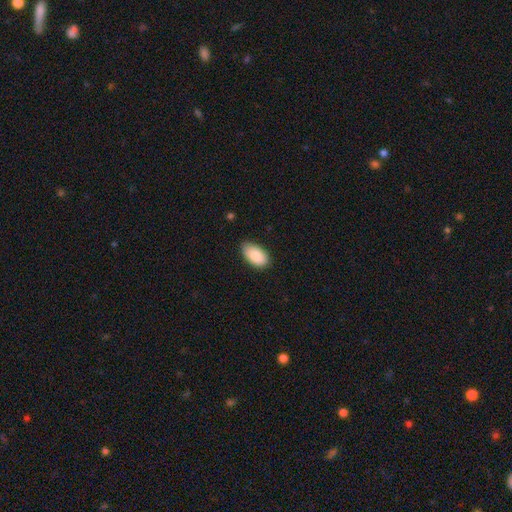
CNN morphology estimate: type=smooth (87%); roundness=in between (95%); merging=none (81%).